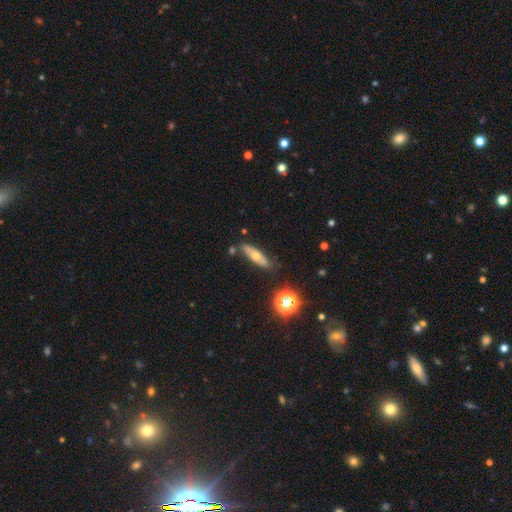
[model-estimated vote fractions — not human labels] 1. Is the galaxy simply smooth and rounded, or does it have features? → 52% smooth, 39% featured or disk, 9% star or artifact.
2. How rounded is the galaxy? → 61% cigar-shaped, 35% in between, 4% round.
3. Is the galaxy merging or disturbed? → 76% none, 16% minor disturbance, 5% merger, 3% major disturbance.